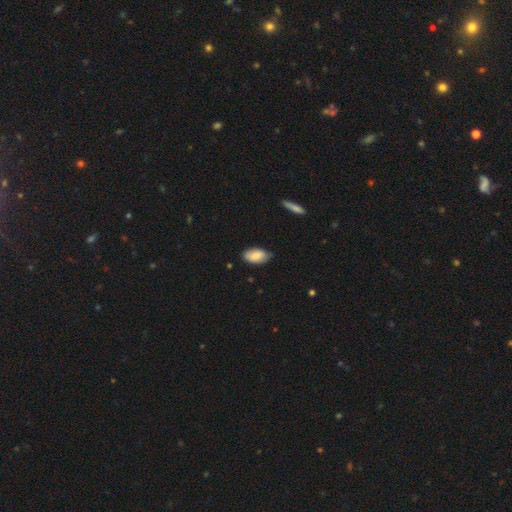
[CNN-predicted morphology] type=smooth (81%); roundness=in between (94%); merging=none (74%).